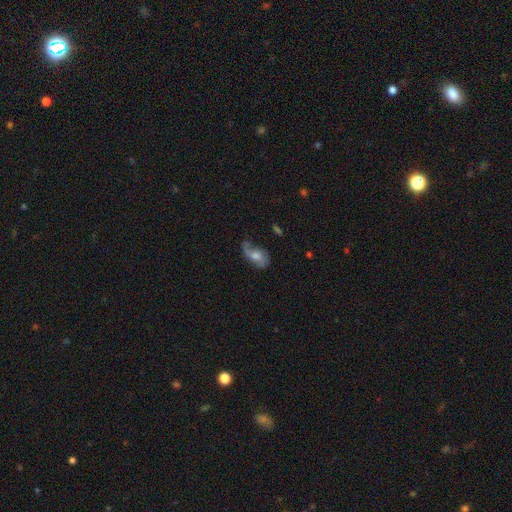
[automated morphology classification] Smooth or featured: featured or disk — 55% (smooth — 36%)
Edge-on disk: no — 93% (yes — 7%)
Bar: no — 71% (weak — 24%)
Spiral arms: yes — 78% (no — 22%)
Bulge size: moderate — 59% (small — 21%)
Merging: none — 43% (minor disturbance — 30%)